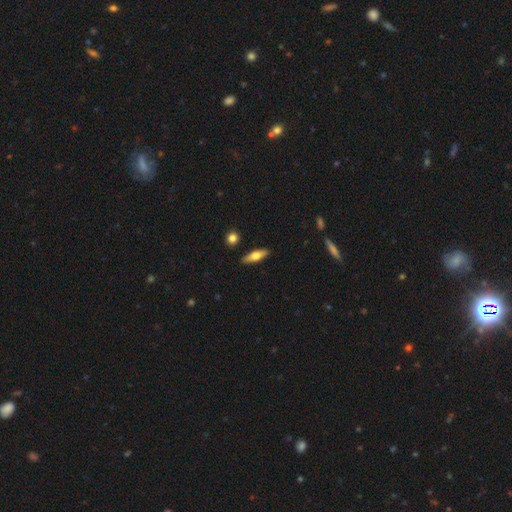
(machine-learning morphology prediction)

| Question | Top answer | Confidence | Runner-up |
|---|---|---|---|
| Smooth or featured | smooth | 55% | featured or disk (39%) |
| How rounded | cigar-shaped | 54% | in between (43%) |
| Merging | none | 88% | minor disturbance (8%) |